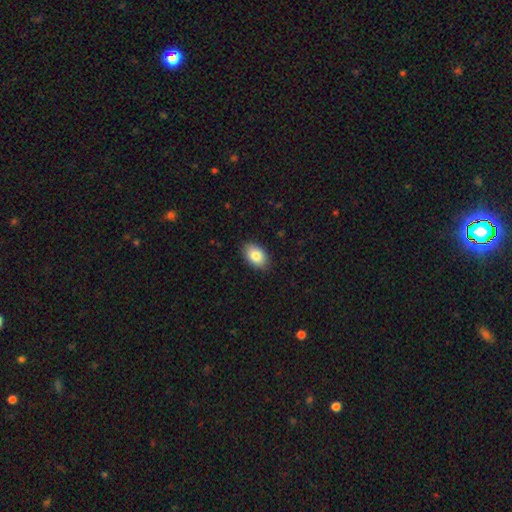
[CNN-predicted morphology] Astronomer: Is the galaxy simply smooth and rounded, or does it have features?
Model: smooth — 85%.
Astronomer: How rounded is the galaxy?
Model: in between — 90%.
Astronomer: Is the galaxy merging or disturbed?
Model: none — 88%.